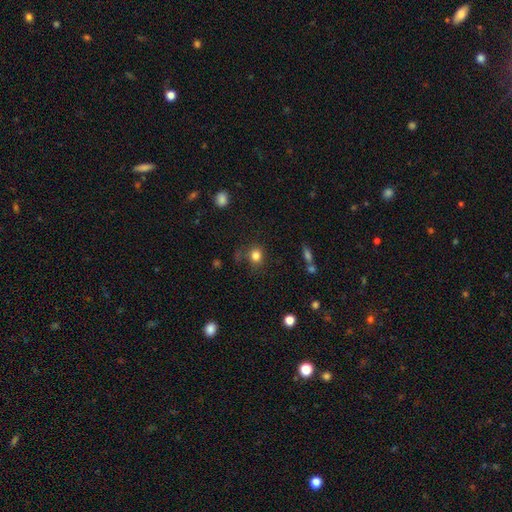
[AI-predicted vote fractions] This is clearly a smooth galaxy (82%). How rounded: likely round (79%). Merging: likely none (74%).